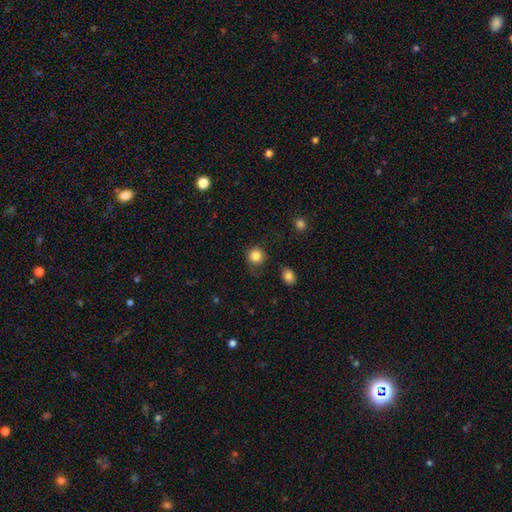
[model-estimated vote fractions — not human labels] Smooth or featured? smooth (84%)
How rounded? round (91%)
Merging? none (76%)